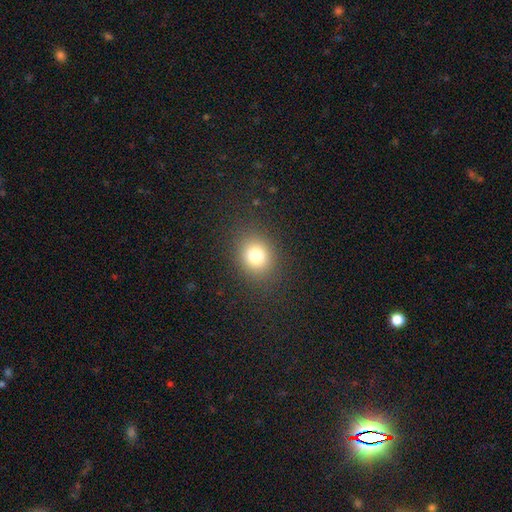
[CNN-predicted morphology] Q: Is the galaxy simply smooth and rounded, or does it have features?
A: smooth — 77%.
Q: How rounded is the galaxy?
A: round — 69%.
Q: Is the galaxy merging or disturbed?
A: none — 87%.